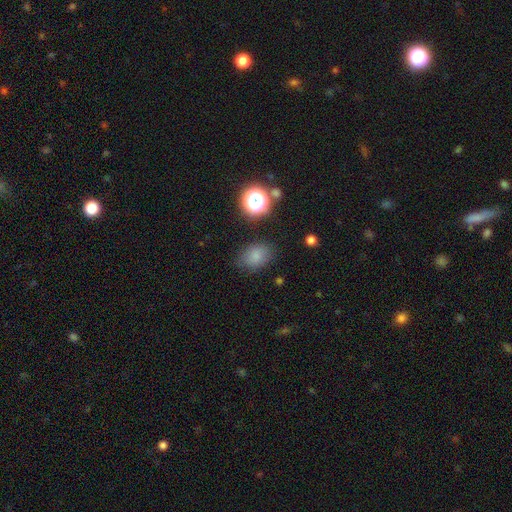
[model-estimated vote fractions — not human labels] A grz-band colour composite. It shows a smooth galaxy with no disk features (77%) that is in between round and cigar-shaped (68%). Merging: none (75%).